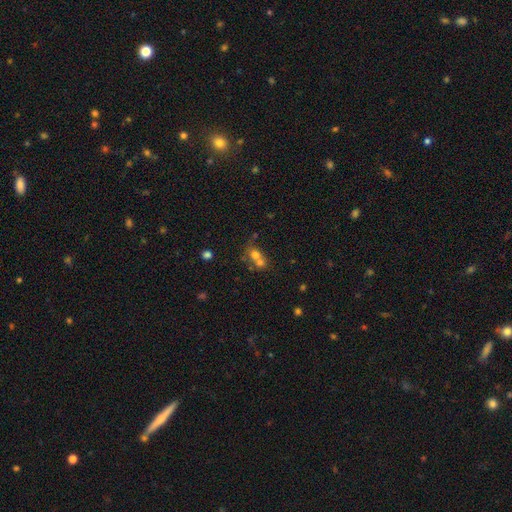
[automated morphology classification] smooth_or_featured: smooth (p=0.65) [alt: featured or disk p=0.18]
how_rounded: round (p=0.67) [alt: in between p=0.31]
merging: merger (p=0.61) [alt: none p=0.28]